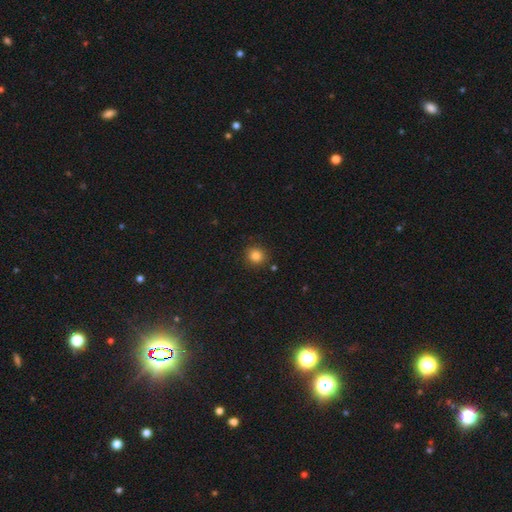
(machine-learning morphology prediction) A smooth galaxy with no disk features (83%) that is round (90%). Merging: none (88%).